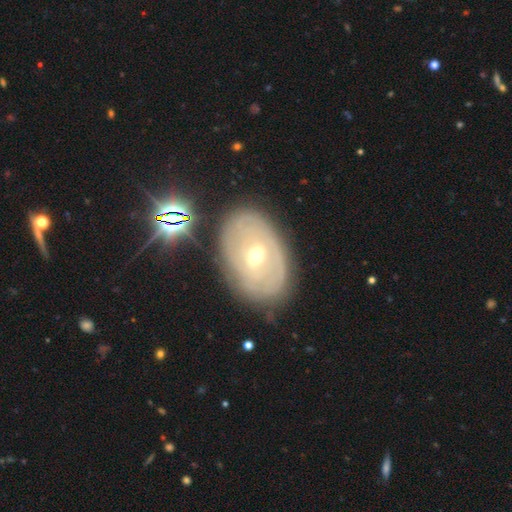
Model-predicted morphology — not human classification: smooth-or-featured: featured or disk: 71% | smooth: 19% | star or artifact: 10%
  disk-edge-on: no: 93% | yes: 7%
    bar: weak: 43% | no: 41% | strong: 16%
    has-spiral-arms: yes: 66% | no: 34%
    bulge-size: moderate: 60% | small: 36% | large: 2% | dominant: 1% | none: 1%
  merging: none: 80% | minor disturbance: 14% | major disturbance: 4% | merger: 2%